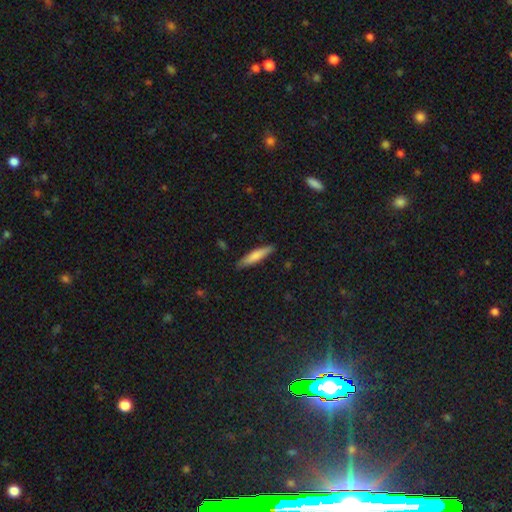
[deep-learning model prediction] smooth 75%, featured or disk 20%, star or artifact 6%. Down the decision tree: how rounded — cigar-shaped (85%); merging — none (87%).